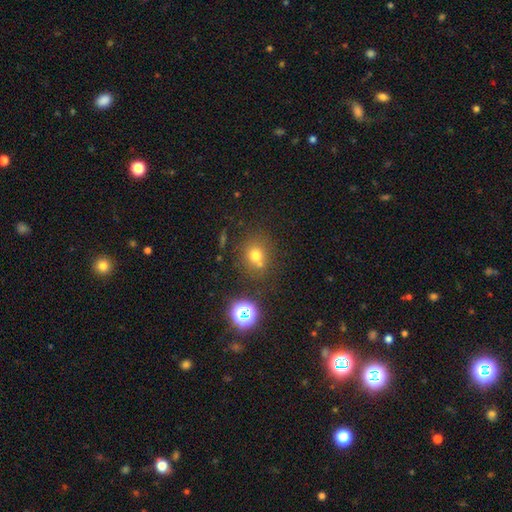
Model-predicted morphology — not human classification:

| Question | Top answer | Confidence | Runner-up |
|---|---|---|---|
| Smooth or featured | smooth | 69% | star or artifact (20%) |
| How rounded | round | 79% | in between (20%) |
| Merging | none | 64% | merger (19%) |